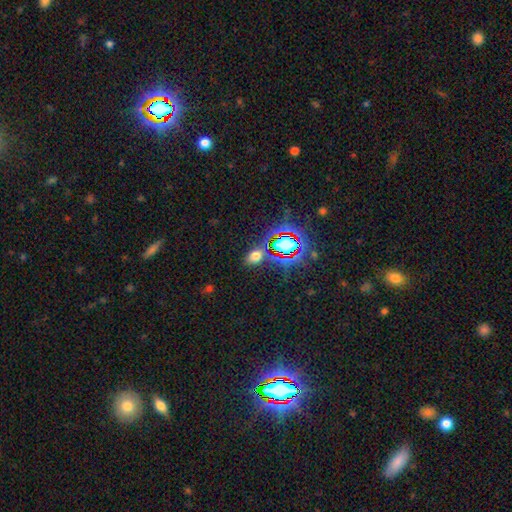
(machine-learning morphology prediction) A smooth galaxy with no disk features (58%) that is in between round and cigar-shaped (75%).

Vote fractions:
- Smooth or featured? smooth: 58% / star or artifact: 32% / featured or disk: 10%
- How rounded? in between: 75% / round: 21% / cigar-shaped: 4%
- Merging? none: 75% / minor disturbance: 13% / merger: 6% / major disturbance: 6%